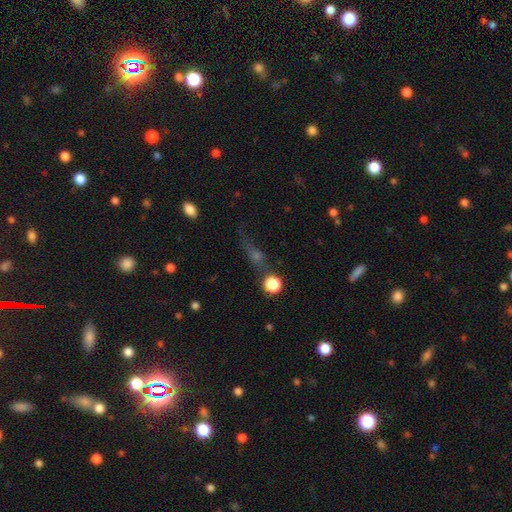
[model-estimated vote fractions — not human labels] Smooth or featured: smooth — 42% (star or artifact — 35%)
Merging: none — 56% (minor disturbance — 19%)